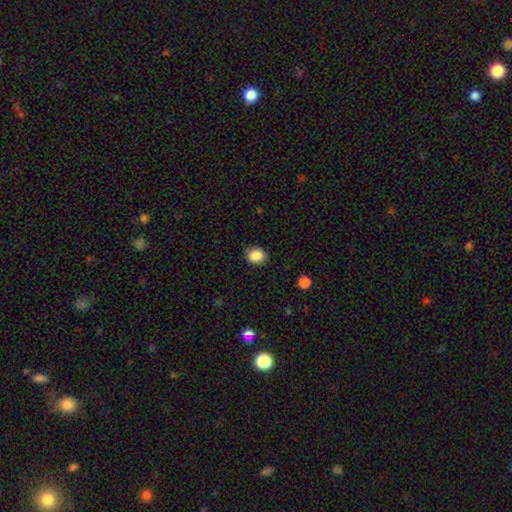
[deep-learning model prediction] smooth_or_featured: smooth (p=0.87) [alt: star or artifact p=0.09]
how_rounded: round (p=0.66) [alt: in between p=0.33]
merging: none (p=0.85) [alt: minor disturbance p=0.11]